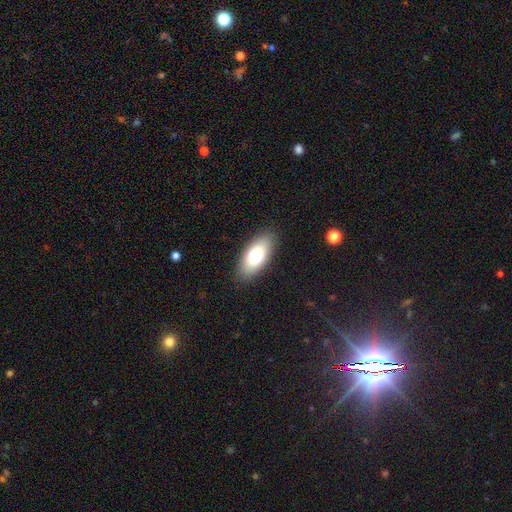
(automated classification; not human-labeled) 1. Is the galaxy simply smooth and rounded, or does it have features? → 76% smooth, 17% featured or disk, 7% star or artifact.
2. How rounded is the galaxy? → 88% in between, 10% cigar-shaped, 2% round.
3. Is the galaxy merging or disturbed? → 88% none, 9% minor disturbance, 2% major disturbance, 1% merger.